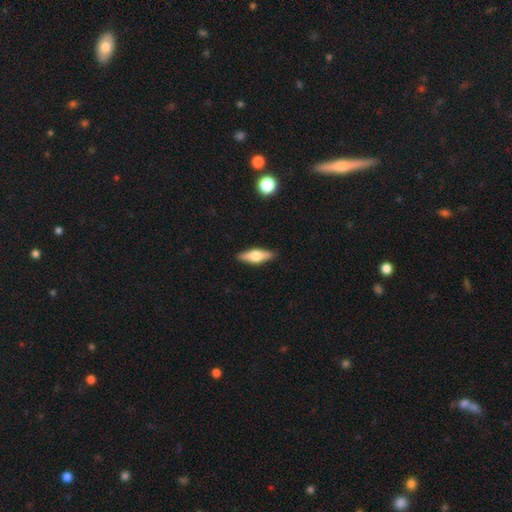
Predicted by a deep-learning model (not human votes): smooth 50%, featured or disk 43%, star or artifact 6%. Down the decision tree: how rounded — in between (52%); merging — none (89%).